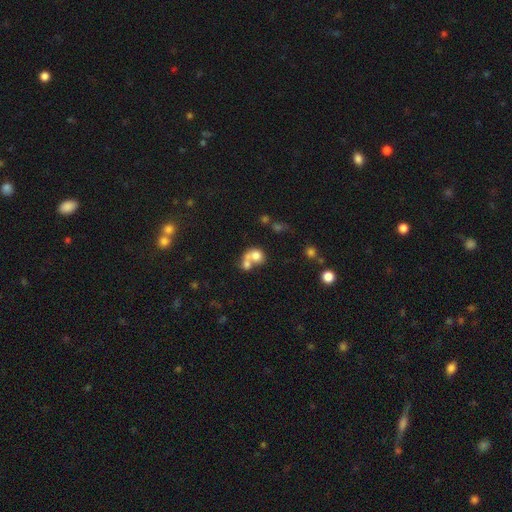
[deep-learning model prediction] Smooth or featured? smooth (63%)
How rounded? round (63%)
Merging? merger (60%)